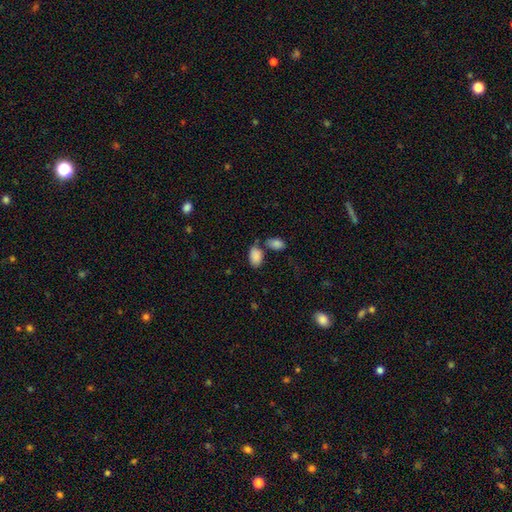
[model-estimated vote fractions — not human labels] This is clearly a smooth galaxy (87%). How rounded: clearly in between (93%). Merging: possibly none (57%).